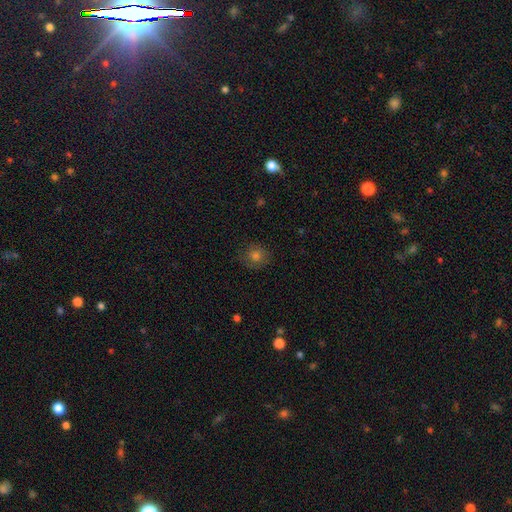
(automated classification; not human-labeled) Smooth or featured: smooth — 66% (star or artifact — 20%)
How rounded: round — 87% (in between — 12%)
Merging: none — 80% (minor disturbance — 13%)